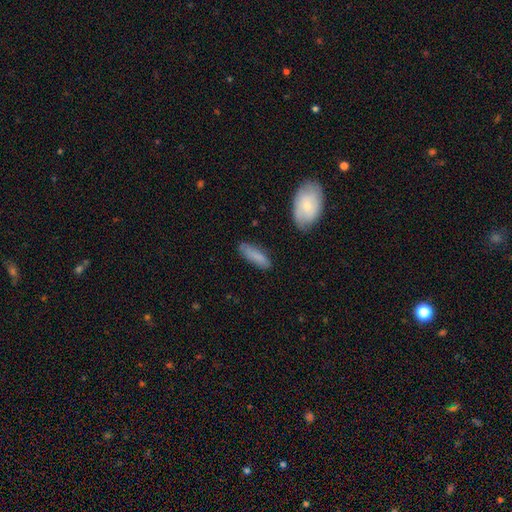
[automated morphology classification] A smooth galaxy with no disk features (81%) that is cigar-shaped (53%).

Vote fractions:
- Smooth or featured? smooth: 81% / featured or disk: 13% / star or artifact: 6%
- How rounded? cigar-shaped: 53% / in between: 45% / round: 2%
- Merging? none: 78% / minor disturbance: 16% / major disturbance: 3% / merger: 2%